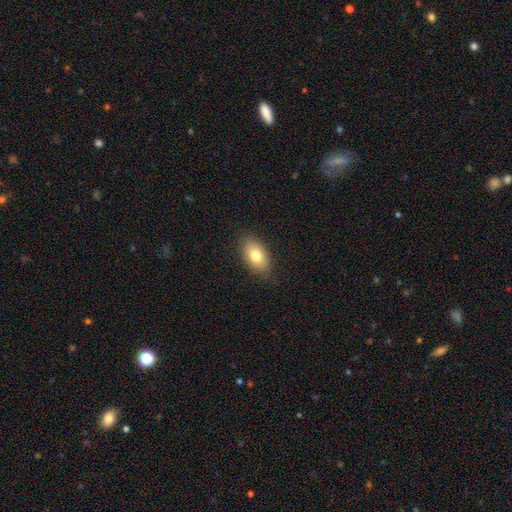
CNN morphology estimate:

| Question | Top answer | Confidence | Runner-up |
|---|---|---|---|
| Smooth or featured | smooth | 78% | featured or disk (14%) |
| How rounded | in between | 90% | round (8%) |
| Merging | none | 84% | minor disturbance (12%) |